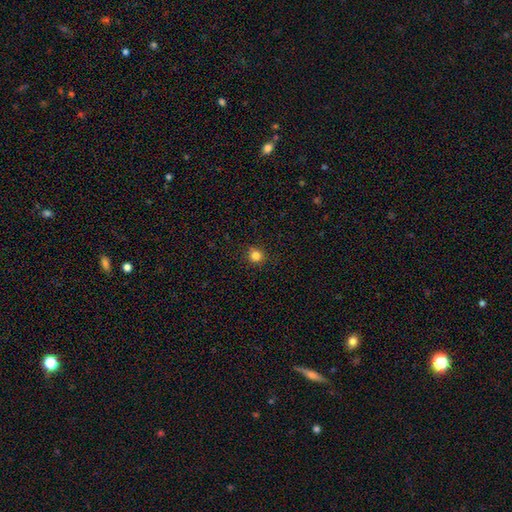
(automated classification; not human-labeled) Smooth or featured?
  - smooth: 83% *
  - star or artifact: 12%
  - featured or disk: 4%
How rounded?
  - round: 90% *
  - in between: 9%
  - cigar-shaped: 1%
Merging?
  - none: 91% *
  - minor disturbance: 6%
  - major disturbance: 2%
  - merger: 1%